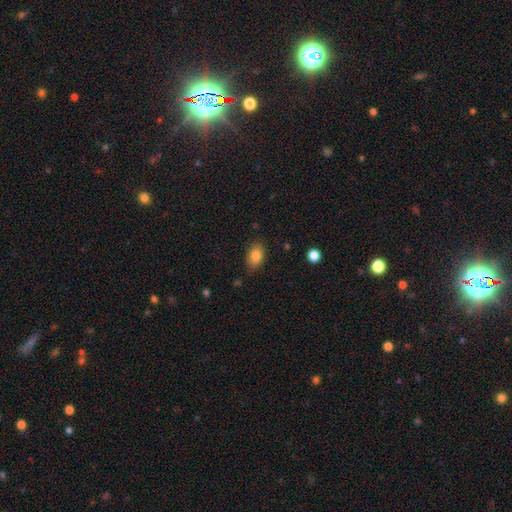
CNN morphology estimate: Smooth or featured: smooth — 83% (featured or disk — 9%)
How rounded: in between — 88% (round — 11%)
Merging: none — 81% (minor disturbance — 15%)